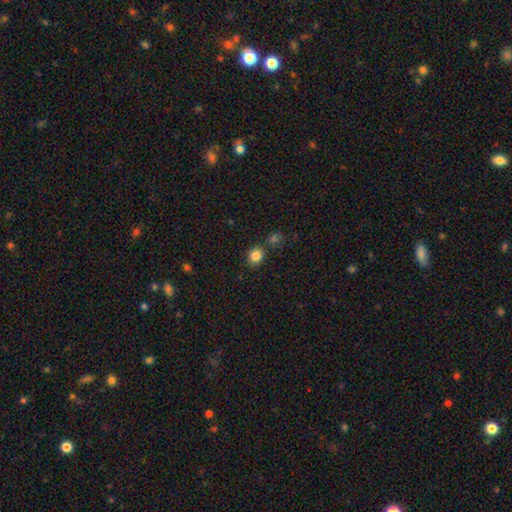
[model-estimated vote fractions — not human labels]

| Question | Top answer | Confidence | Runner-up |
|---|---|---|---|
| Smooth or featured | smooth | 84% | star or artifact (11%) |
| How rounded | round | 74% | in between (25%) |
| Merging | none | 79% | minor disturbance (10%) |